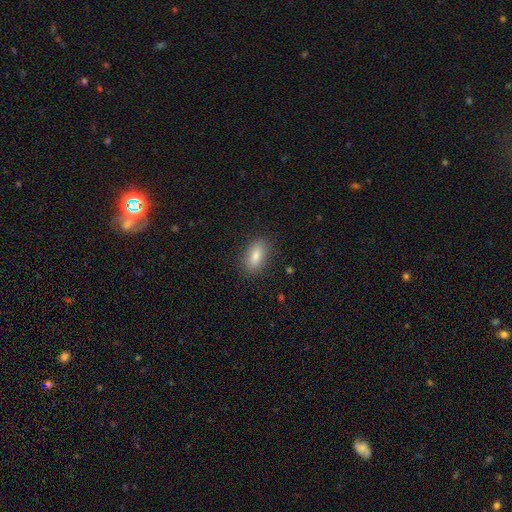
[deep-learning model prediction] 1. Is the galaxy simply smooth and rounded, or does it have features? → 82% smooth, 10% featured or disk, 9% star or artifact.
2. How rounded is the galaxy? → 86% in between, 8% cigar-shaped, 6% round.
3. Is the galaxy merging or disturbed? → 87% none, 10% minor disturbance, 2% major disturbance, 1% merger.